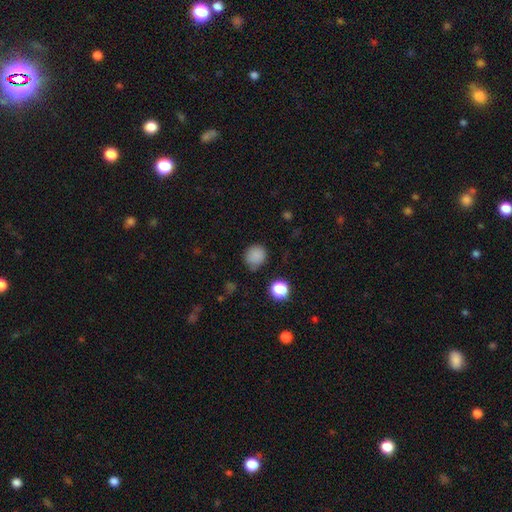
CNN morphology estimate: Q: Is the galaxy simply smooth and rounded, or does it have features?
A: smooth — 81%.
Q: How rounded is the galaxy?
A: round — 84%.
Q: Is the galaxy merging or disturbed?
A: none — 71%.